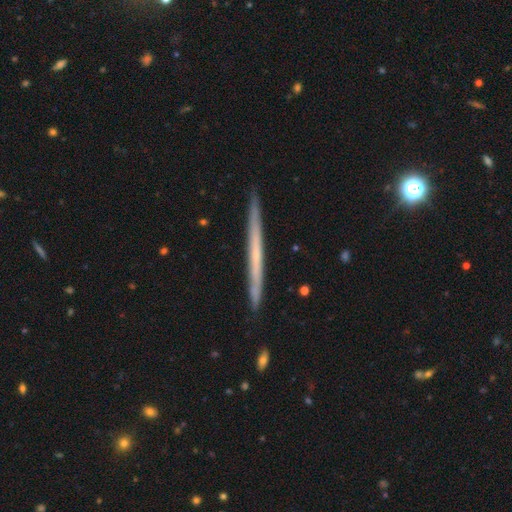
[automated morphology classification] The model was most divided on "smooth or featured": featured or disk: 59%, smooth: 35%, star or artifact: 6%. More confident: edge-on disk — yes (98%); merging — none (91%); edge-on bulge — none (87%).